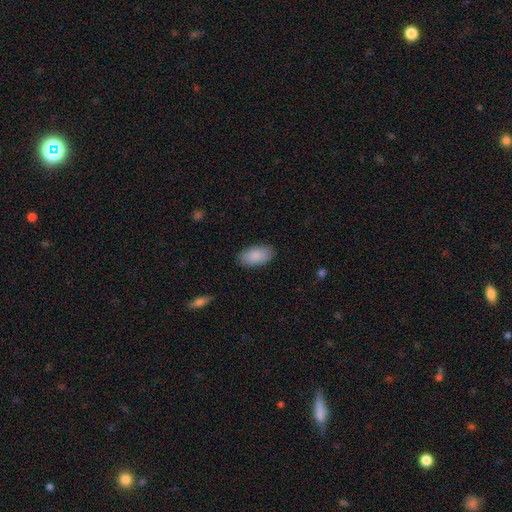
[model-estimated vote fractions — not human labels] This is clearly a smooth galaxy (88%). How rounded: clearly in between (95%). Merging: clearly none (87%).